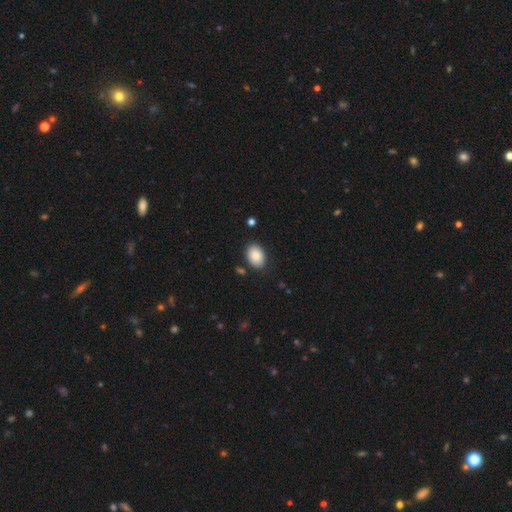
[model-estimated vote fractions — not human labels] Morphology: type=smooth (87%); roundness=in between (85%); merging=none (86%).